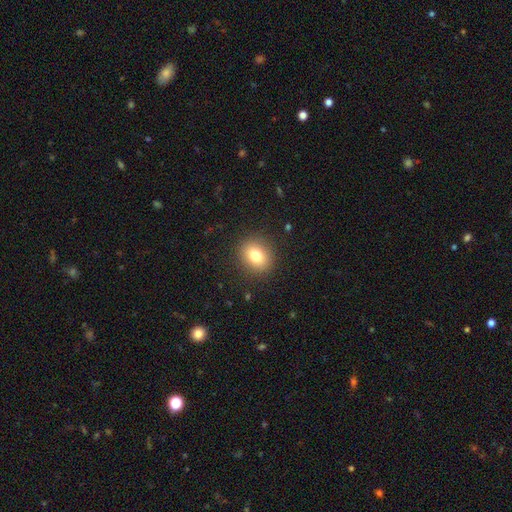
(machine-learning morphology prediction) Smooth or featured: smooth — 79% (star or artifact — 11%)
How rounded: round — 64% (in between — 35%)
Merging: none — 88% (minor disturbance — 8%)